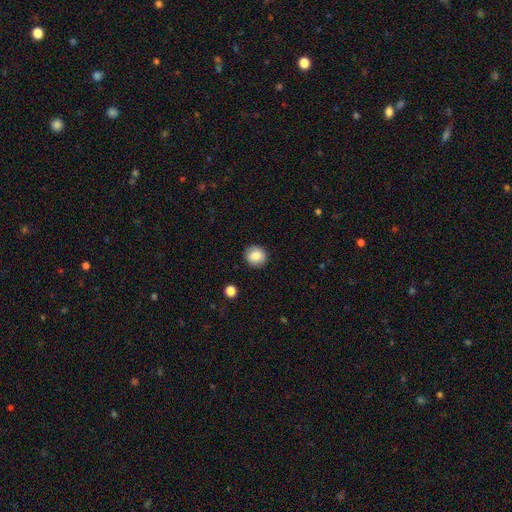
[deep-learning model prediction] The model was most divided on "how rounded": round: 87%, in between: 12%, cigar-shaped: 1%. More confident: merging — none (89%); smooth or featured — smooth (84%).